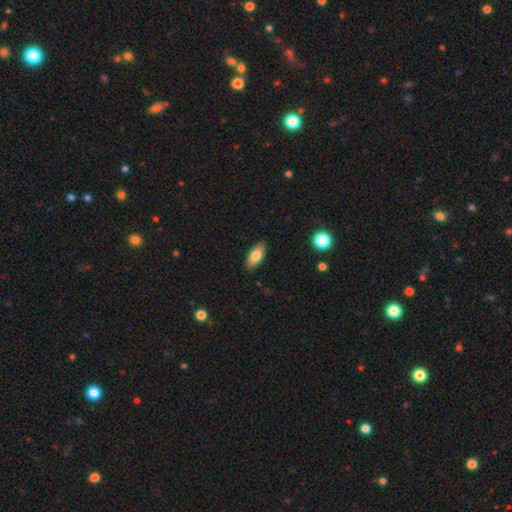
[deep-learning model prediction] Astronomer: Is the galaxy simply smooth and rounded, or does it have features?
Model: smooth — 79%.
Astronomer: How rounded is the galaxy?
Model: in between — 86%.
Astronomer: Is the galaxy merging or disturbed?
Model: none — 86%.